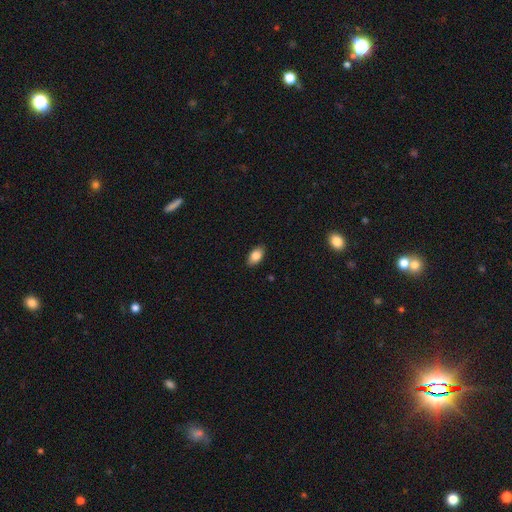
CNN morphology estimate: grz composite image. It shows a smooth galaxy with no disk features (84%) that is in between round and cigar-shaped (92%). Merging: none (87%).